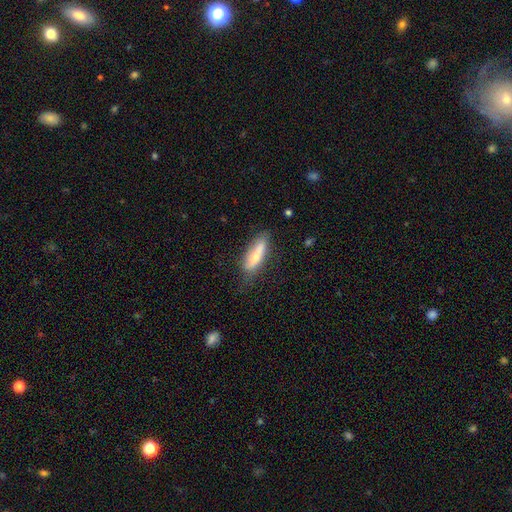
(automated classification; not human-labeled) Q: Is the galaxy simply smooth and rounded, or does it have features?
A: smooth — 65%.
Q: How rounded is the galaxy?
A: cigar-shaped — 61%.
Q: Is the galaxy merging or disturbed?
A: none — 65%.